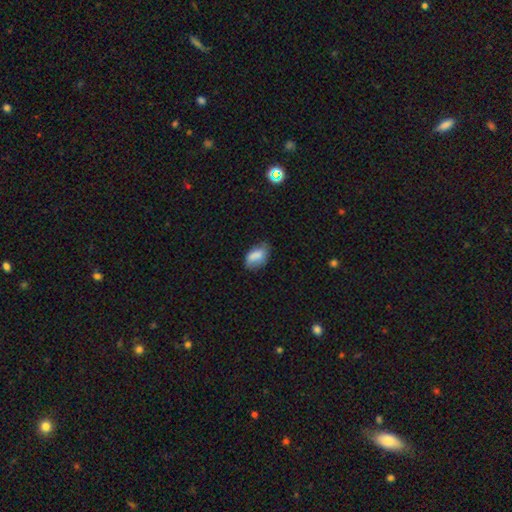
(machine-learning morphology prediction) This is clearly a smooth galaxy (81%). How rounded: clearly in between (90%). Merging: likely none (60%).